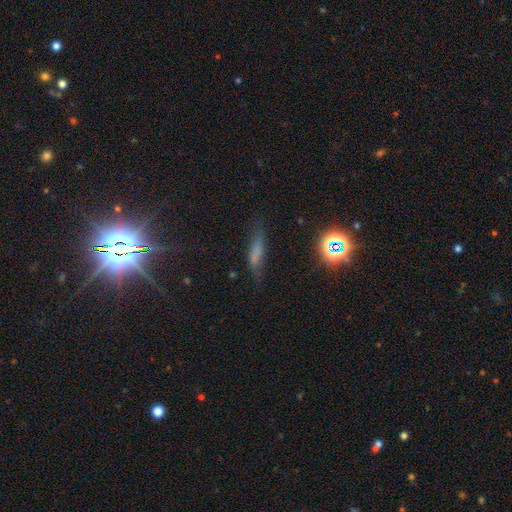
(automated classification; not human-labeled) A smooth galaxy with no disk features (41%).

Vote fractions:
- Smooth or featured? smooth: 41% / star or artifact: 30% / featured or disk: 29%
- Merging? none: 66% / minor disturbance: 22% / major disturbance: 10% / merger: 3%